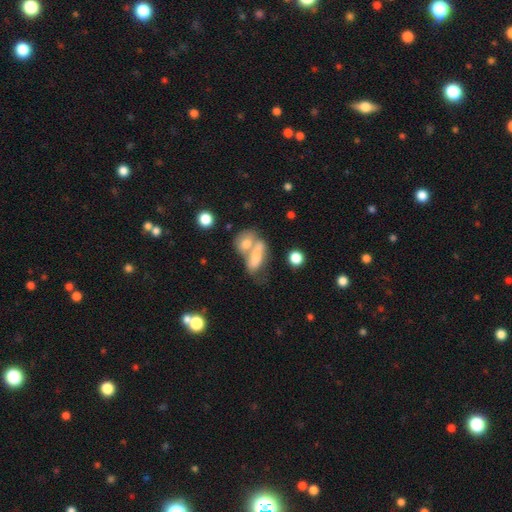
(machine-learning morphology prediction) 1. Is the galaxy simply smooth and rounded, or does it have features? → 63% smooth, 29% featured or disk, 9% star or artifact.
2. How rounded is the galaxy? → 71% in between, 18% cigar-shaped, 11% round.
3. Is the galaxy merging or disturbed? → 63% merger, 20% none, 9% minor disturbance, 7% major disturbance.